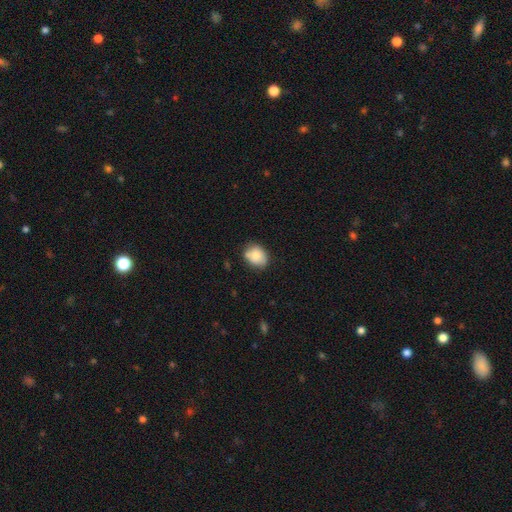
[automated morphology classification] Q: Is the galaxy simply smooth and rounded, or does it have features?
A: smooth — 83%.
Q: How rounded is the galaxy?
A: in between — 54%.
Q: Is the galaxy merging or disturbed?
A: none — 71%.